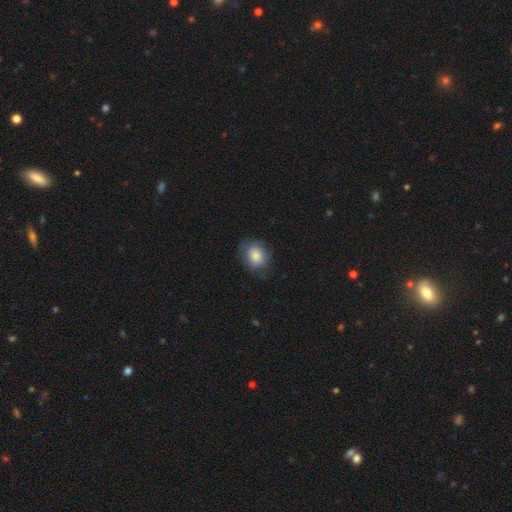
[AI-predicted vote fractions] This is clearly a smooth galaxy (81%). How rounded: likely round (60%). Merging: likely none (74%).